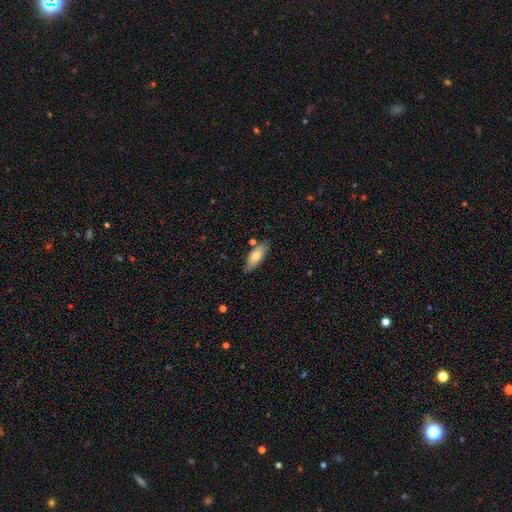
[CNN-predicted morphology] Smooth or featured?
  - smooth: 74% *
  - featured or disk: 19%
  - star or artifact: 6%
How rounded?
  - in between: 75% *
  - cigar-shaped: 23%
  - round: 2%
Merging?
  - none: 76% *
  - minor disturbance: 17%
  - merger: 5%
  - major disturbance: 3%